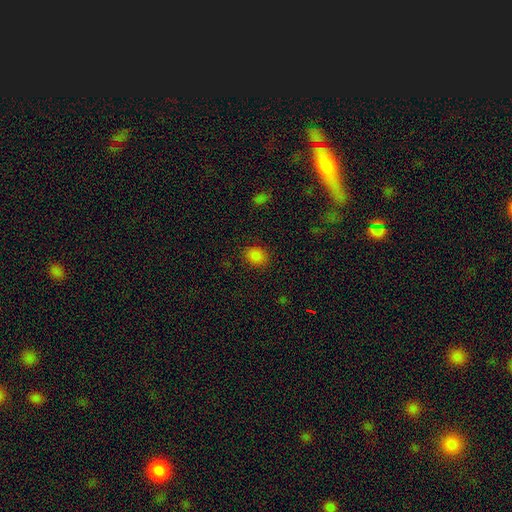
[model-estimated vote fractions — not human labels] smooth-or-featured: smooth: 84% | star or artifact: 13% | featured or disk: 4%
  how-rounded: round: 56% | in between: 43% | cigar-shaped: 1%
  merging: none: 86% | minor disturbance: 10% | major disturbance: 3% | merger: 1%